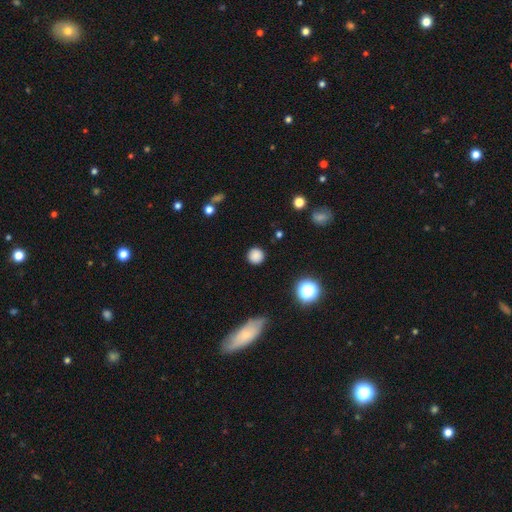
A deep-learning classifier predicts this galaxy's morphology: smooth-or-featured: smooth: 82% | star or artifact: 13% | featured or disk: 5%
  how-rounded: round: 94% | in between: 5% | cigar-shaped: 1%
  merging: none: 89% | minor disturbance: 7% | major disturbance: 2% | merger: 1%